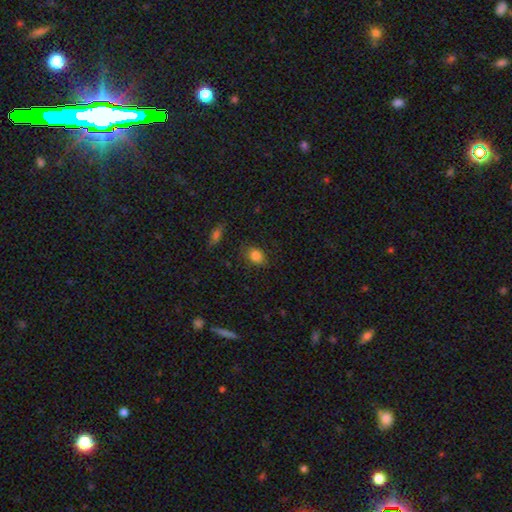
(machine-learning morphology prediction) Smooth or featured?
  - smooth: 84% *
  - star or artifact: 11%
  - featured or disk: 6%
How rounded?
  - in between: 65% *
  - round: 33%
  - cigar-shaped: 2%
Merging?
  - none: 79% *
  - minor disturbance: 15%
  - major disturbance: 4%
  - merger: 2%